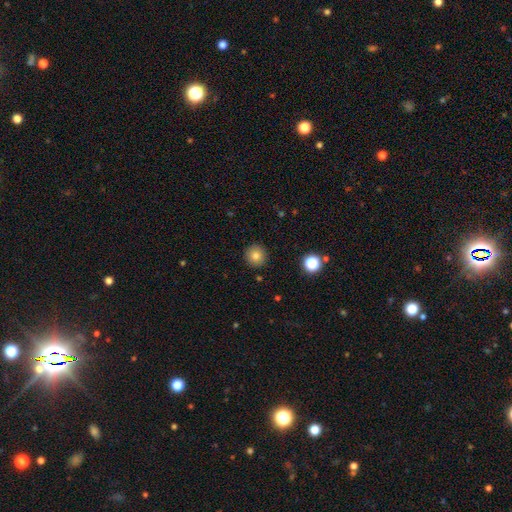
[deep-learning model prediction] A smooth galaxy with no disk features (81%) that is round (95%). Merging: none (91%).